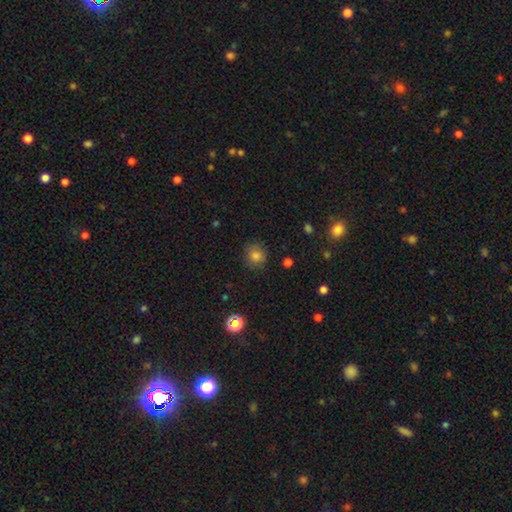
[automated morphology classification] smooth 80%, star or artifact 13%, featured or disk 6%. Down the decision tree: how rounded — round (87%); merging — none (84%).